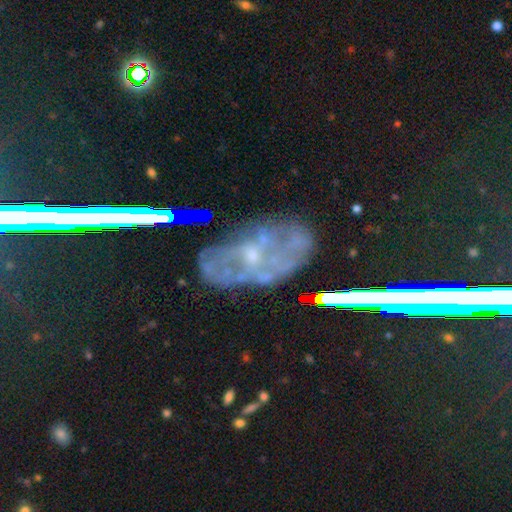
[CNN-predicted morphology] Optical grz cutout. It shows a featured or disk galaxy (64%) with no bar (61%), spiral arms (54%) and a small central bulge (63%). Merging: none (58%).